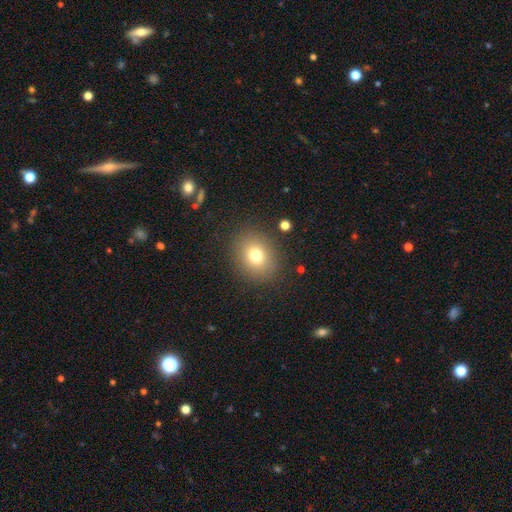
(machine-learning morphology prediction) type=smooth (75%); roundness=round (69%); merging=none (86%).